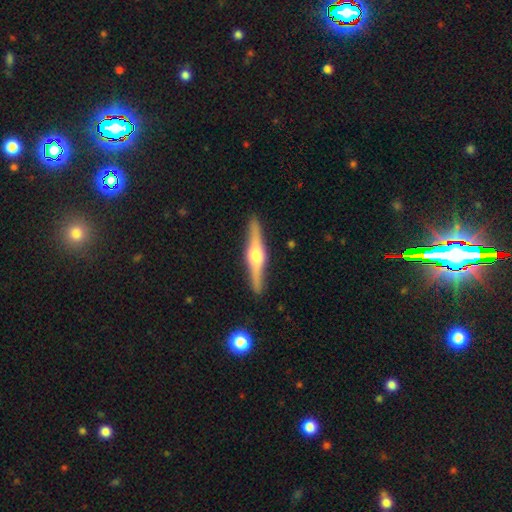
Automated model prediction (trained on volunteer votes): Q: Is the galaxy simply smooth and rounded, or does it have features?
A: featured or disk — 77%.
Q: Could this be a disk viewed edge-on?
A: yes — 98%.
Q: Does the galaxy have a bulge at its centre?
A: rounded — 93%.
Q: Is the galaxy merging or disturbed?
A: none — 91%.